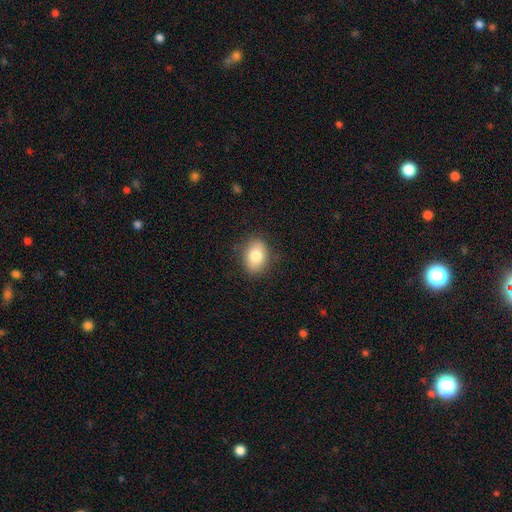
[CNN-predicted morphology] Smooth or featured: smooth — 81% (featured or disk — 11%)
How rounded: in between — 76% (round — 23%)
Merging: none — 84% (minor disturbance — 12%)